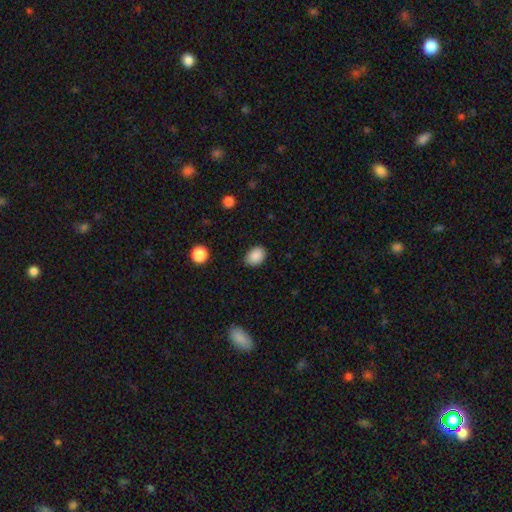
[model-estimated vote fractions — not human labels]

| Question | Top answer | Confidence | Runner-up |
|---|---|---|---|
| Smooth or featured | smooth | 88% | star or artifact (8%) |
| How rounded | in between | 73% | round (26%) |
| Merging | none | 83% | minor disturbance (14%) |